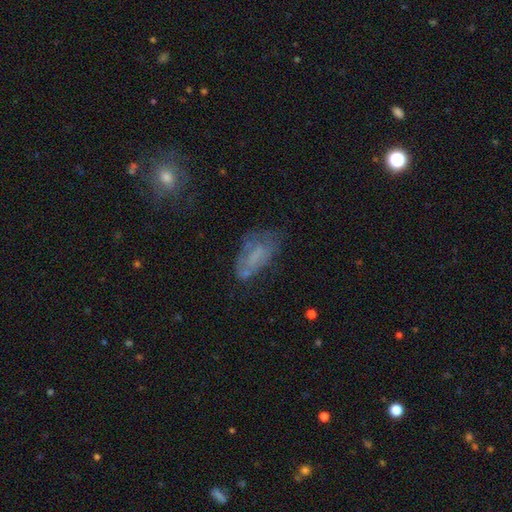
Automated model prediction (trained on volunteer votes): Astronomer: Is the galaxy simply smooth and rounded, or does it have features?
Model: smooth — 47% (runner-up: featured or disk, 39%).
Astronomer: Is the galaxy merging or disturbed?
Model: none — 44% (runner-up: minor disturbance, 27%).